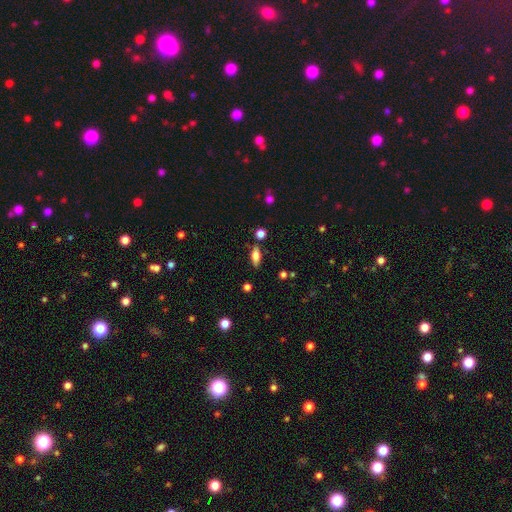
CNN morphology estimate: Smooth or featured: smooth — 69% (featured or disk — 22%)
How rounded: in between — 75% (cigar-shaped — 22%)
Merging: none — 80% (minor disturbance — 13%)